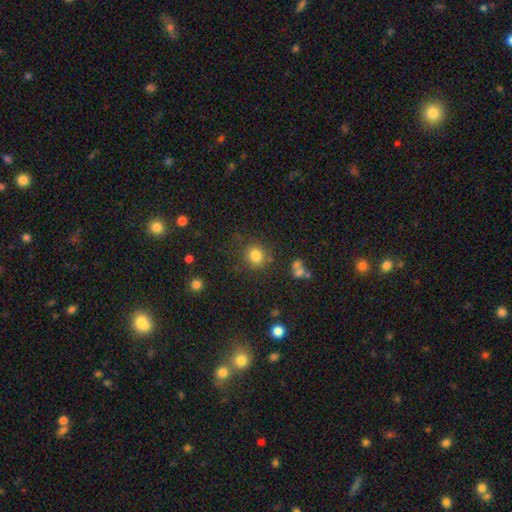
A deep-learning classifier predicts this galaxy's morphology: Smooth or featured?
  - smooth: 81% *
  - star or artifact: 13%
  - featured or disk: 6%
How rounded?
  - round: 84% *
  - in between: 15%
  - cigar-shaped: 1%
Merging?
  - none: 79% *
  - minor disturbance: 12%
  - merger: 5%
  - major disturbance: 4%